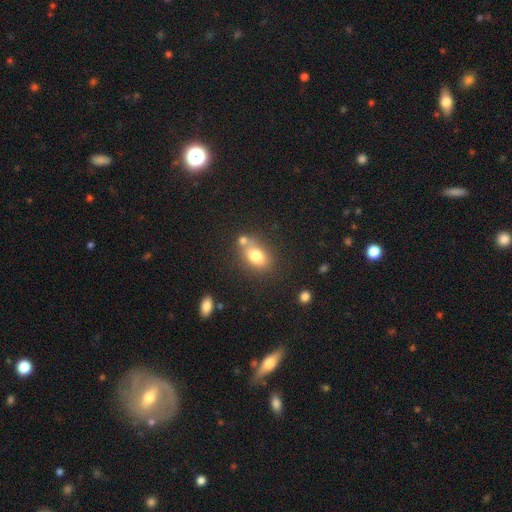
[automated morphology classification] Smooth or featured? Predicted: smooth (p=0.78). How rounded? Predicted: in between (p=0.76). Merging? Predicted: none (p=0.53).